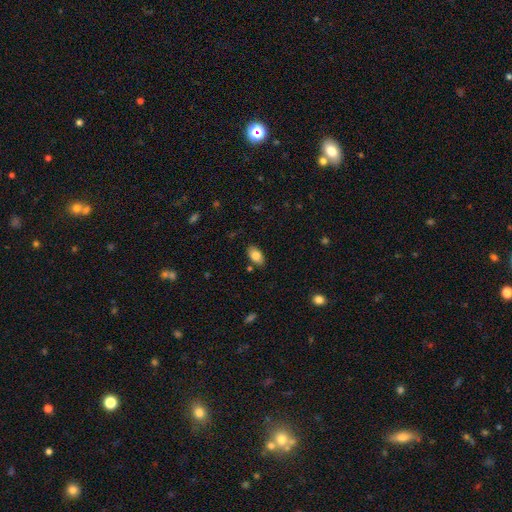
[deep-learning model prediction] Q: Smooth or featured?
A: smooth (81%); runner-up: featured or disk (11%)
Q: How rounded?
A: in between (93%); runner-up: round (4%)
Q: Merging?
A: none (83%); runner-up: minor disturbance (12%)